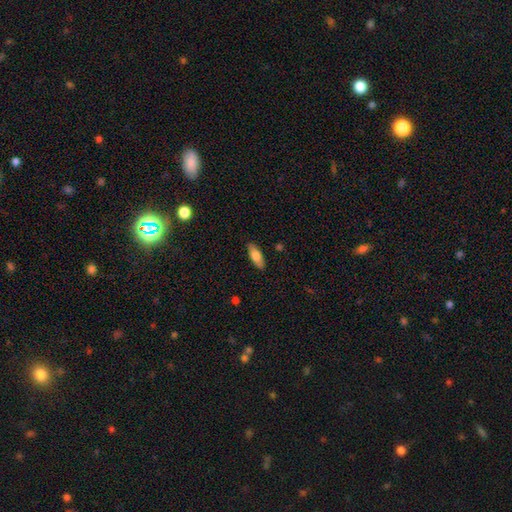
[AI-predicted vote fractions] Smooth or featured? Predicted: smooth (p=0.72). How rounded? Predicted: in between (p=0.72). Merging? Predicted: none (p=0.87).